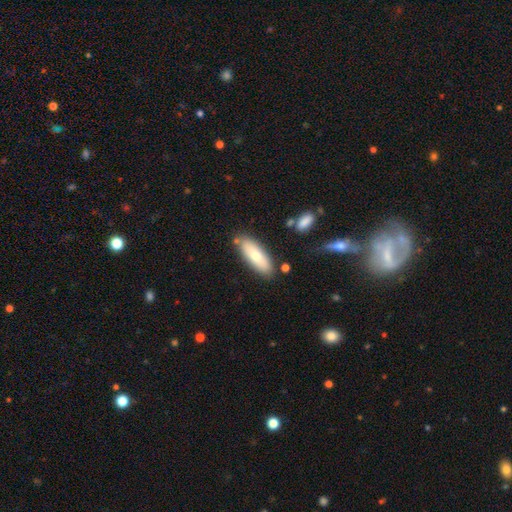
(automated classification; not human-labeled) Overall: smooth (73%). How rounded: in between (64%; cigar-shaped 34%). Merging: none (81%).